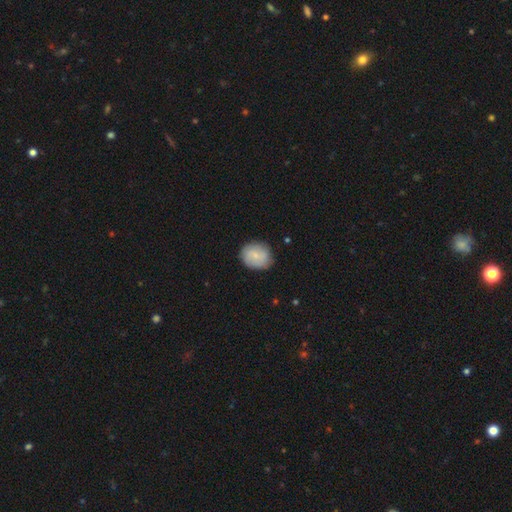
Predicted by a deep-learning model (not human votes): smooth-or-featured: smooth: 71% | featured or disk: 22% | star or artifact: 7%
  how-rounded: round: 69% | in between: 30% | cigar-shaped: 1%
  merging: none: 82% | minor disturbance: 14% | major disturbance: 3% | merger: 1%